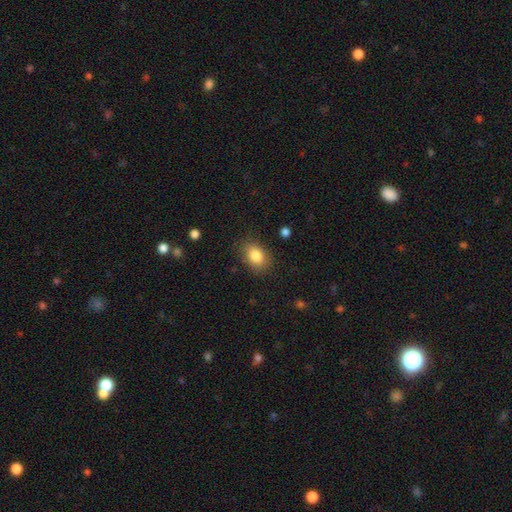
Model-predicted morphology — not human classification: A smooth galaxy with no disk features (85%) that is in between round and cigar-shaped (77%).

Vote fractions:
- Smooth or featured? smooth: 85% / star or artifact: 8% / featured or disk: 7%
- How rounded? in between: 77% / round: 22% / cigar-shaped: 1%
- Merging? none: 83% / minor disturbance: 12% / major disturbance: 3% / merger: 1%